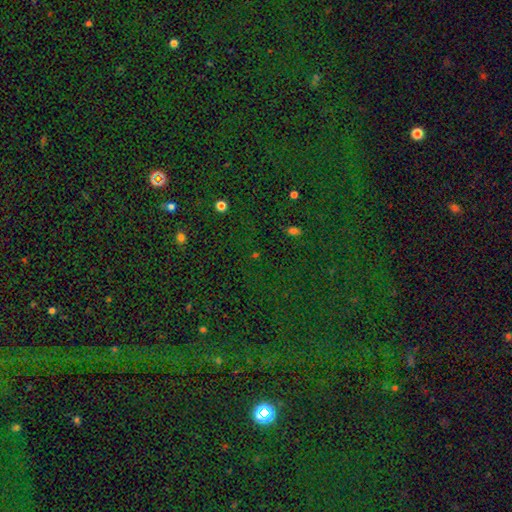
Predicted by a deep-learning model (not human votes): A star or artifact, not a galaxy (68%).

Vote fractions:
- Smooth or featured? star or artifact: 68% / smooth: 24% / featured or disk: 8%